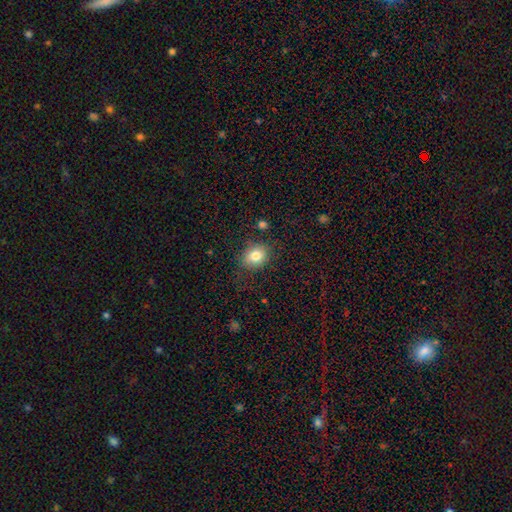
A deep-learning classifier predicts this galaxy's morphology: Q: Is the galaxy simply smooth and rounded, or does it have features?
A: smooth — 81%.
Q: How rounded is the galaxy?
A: round — 57%.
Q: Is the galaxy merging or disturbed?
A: none — 77%.